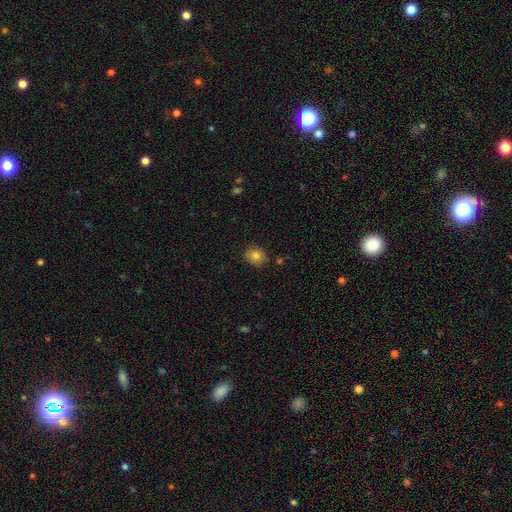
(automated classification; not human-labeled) Overall: smooth (81%). How rounded: round (64%; in between 35%). Merging: none (85%).